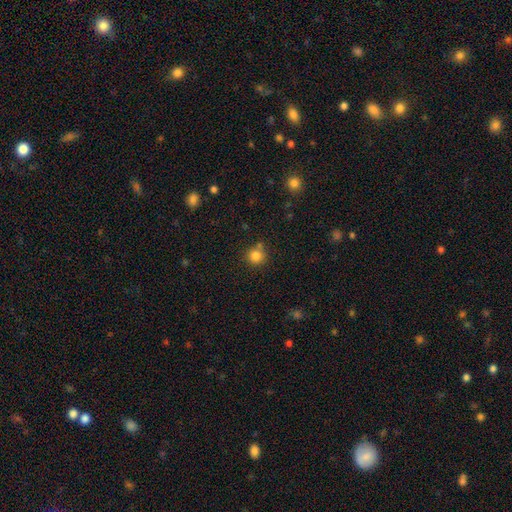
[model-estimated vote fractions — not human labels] Smooth or featured? Predicted: smooth (p=0.83). How rounded? Predicted: round (p=0.92). Merging? Predicted: none (p=0.74).